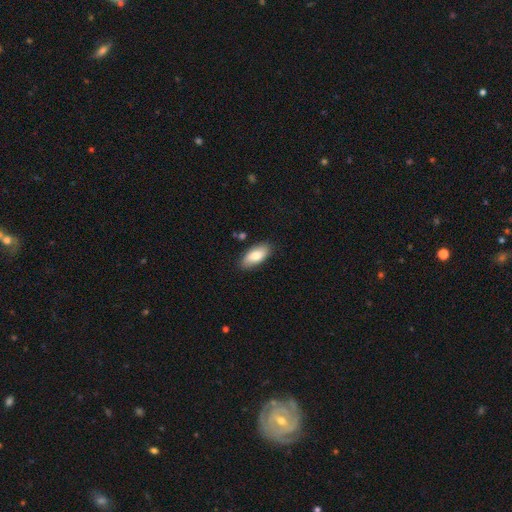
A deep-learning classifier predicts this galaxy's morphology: This appears to be a smooth galaxy with no disk features (79%) that is in between round and cigar-shaped (90%). Merging: none (84%).